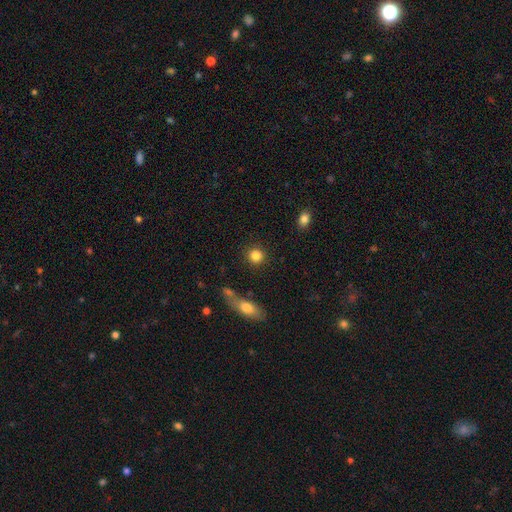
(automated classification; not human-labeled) A smooth galaxy with no disk features (85%) that is round (91%).

Vote fractions:
- Smooth or featured? smooth: 85% / star or artifact: 9% / featured or disk: 5%
- How rounded? round: 91% / in between: 8% / cigar-shaped: 1%
- Merging? none: 88% / minor disturbance: 6% / merger: 3% / major disturbance: 3%